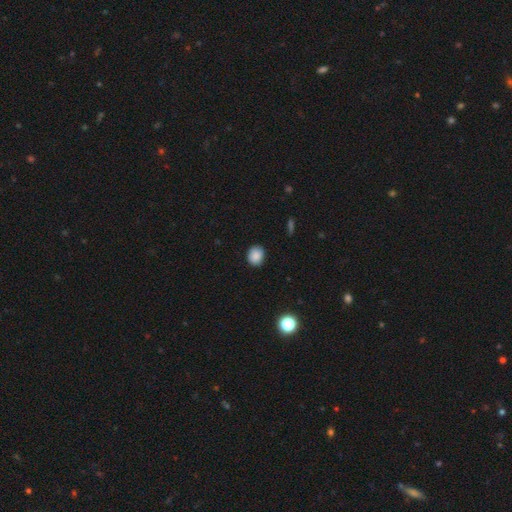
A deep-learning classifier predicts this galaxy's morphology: Smooth or featured? smooth (87%)
How rounded? round (70%)
Merging? none (87%)